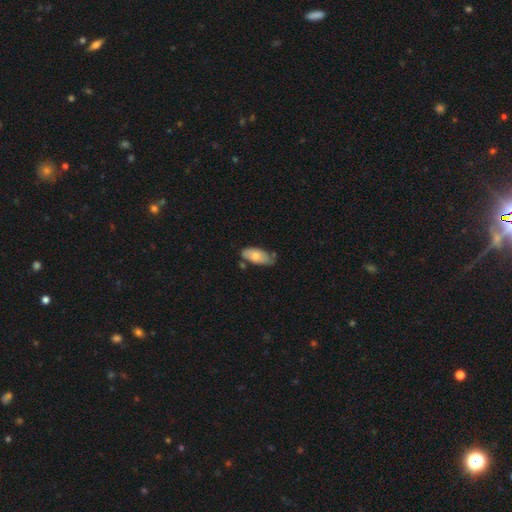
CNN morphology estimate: Smooth or featured?
  - smooth: 70% *
  - featured or disk: 24%
  - star or artifact: 6%
How rounded?
  - in between: 90% *
  - cigar-shaped: 8%
  - round: 2%
Merging?
  - none: 58% *
  - minor disturbance: 29%
  - merger: 7%
  - major disturbance: 6%